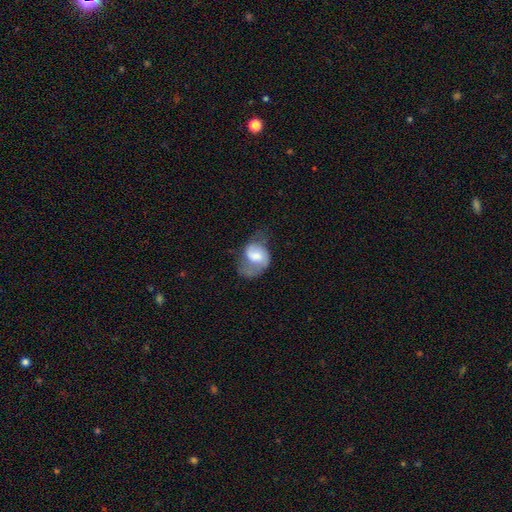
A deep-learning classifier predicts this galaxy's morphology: type=featured or disk (49%); merging=major disturbance (35%).